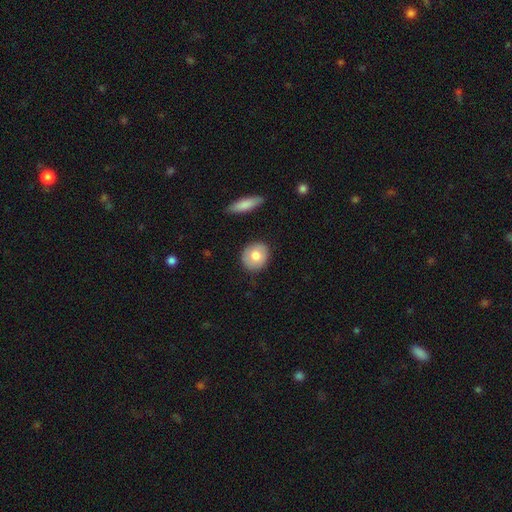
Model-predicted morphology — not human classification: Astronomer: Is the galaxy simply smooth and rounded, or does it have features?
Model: smooth — 76%.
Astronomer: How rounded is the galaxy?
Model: round — 76%.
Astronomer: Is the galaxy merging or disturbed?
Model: none — 86%.